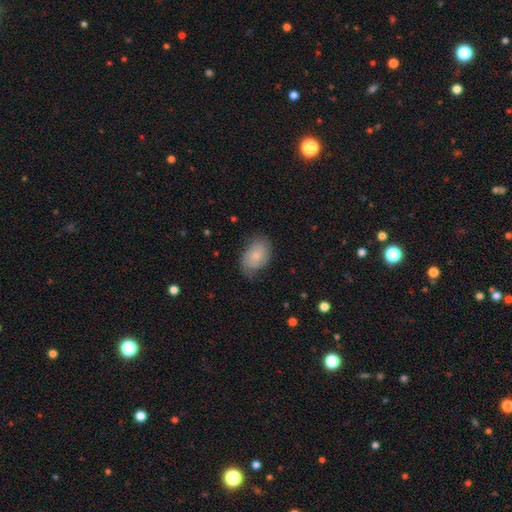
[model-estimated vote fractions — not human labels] A smooth galaxy with no disk features (63%) that is in between round and cigar-shaped (86%). Merging: none (61%).